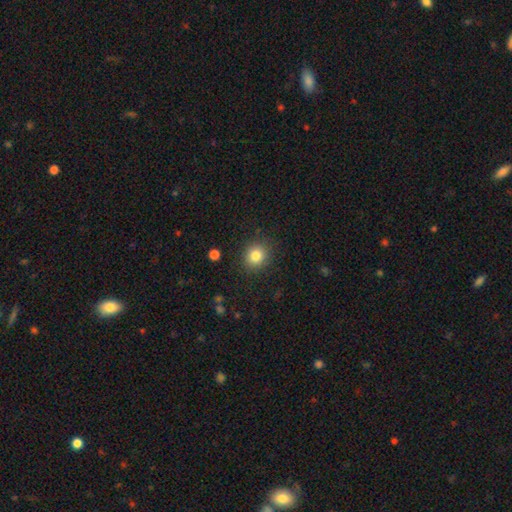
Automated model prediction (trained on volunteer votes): smooth 83%, star or artifact 11%, featured or disk 6%. Down the decision tree: how rounded — round (84%); merging — none (88%).